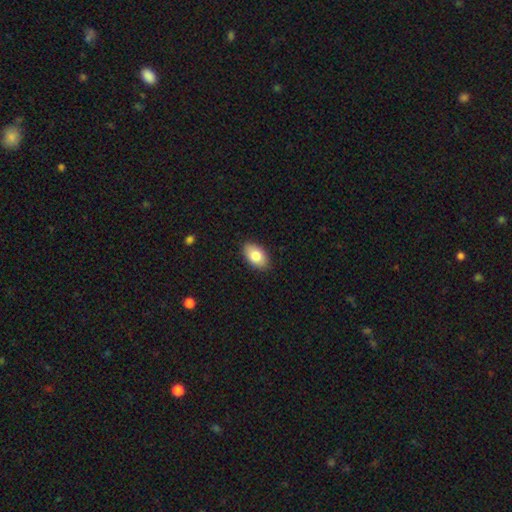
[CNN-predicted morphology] type=smooth (82%); roundness=in between (92%); merging=none (88%).